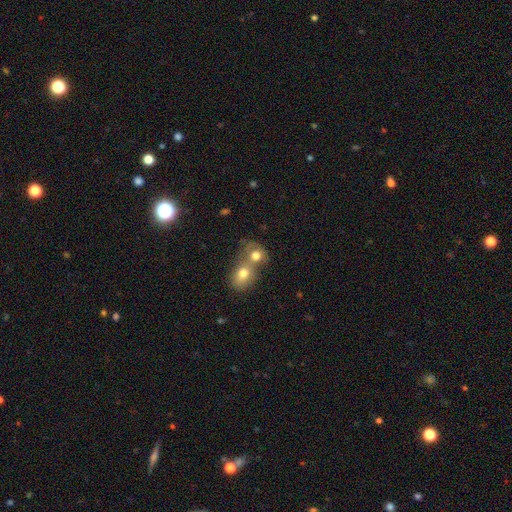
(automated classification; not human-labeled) A smooth galaxy with no disk features (73%) that is round (56%).

Vote fractions:
- Smooth or featured? smooth: 73% / featured or disk: 17% / star or artifact: 10%
- How rounded? round: 56% / in between: 43% / cigar-shaped: 1%
- Merging? merger: 70% / none: 20% / minor disturbance: 6% / major disturbance: 4%